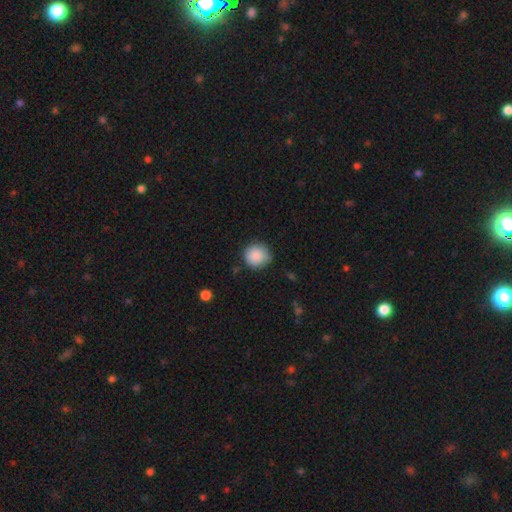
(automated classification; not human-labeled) This appears to be a smooth galaxy with no disk features (88%) that is round (93%). Merging: none (80%).